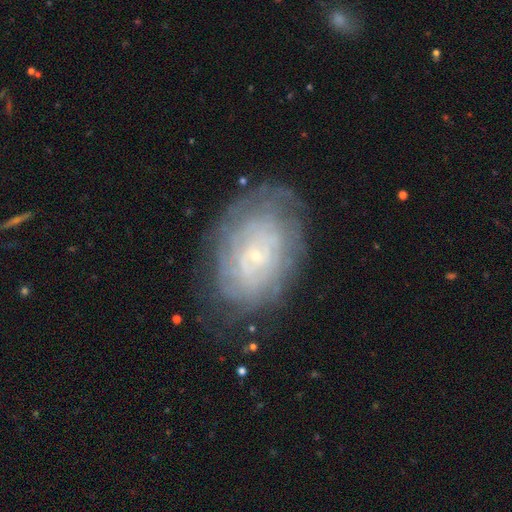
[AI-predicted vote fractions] Q: Smooth or featured?
A: featured or disk (70%); runner-up: smooth (22%)
Q: Edge-on disk?
A: no (96%); runner-up: yes (4%)
Q: Bar?
A: no (76%); runner-up: weak (20%)
Q: Spiral arms?
A: yes (76%); runner-up: no (24%)
Q: Spiral winding?
A: tight (76%); runner-up: medium (17%)
Q: Spiral arm count?
A: can't tell (64%); runner-up: more than 4 (9%)
Q: Bulge size?
A: small (85%); runner-up: moderate (9%)
Q: Merging?
A: none (72%); runner-up: minor disturbance (18%)